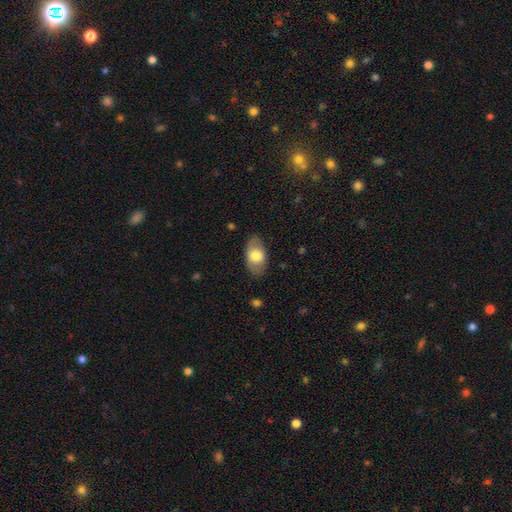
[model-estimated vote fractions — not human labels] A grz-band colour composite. It shows a smooth galaxy with no disk features (71%) that is in between round and cigar-shaped (92%). Merging: none (81%).